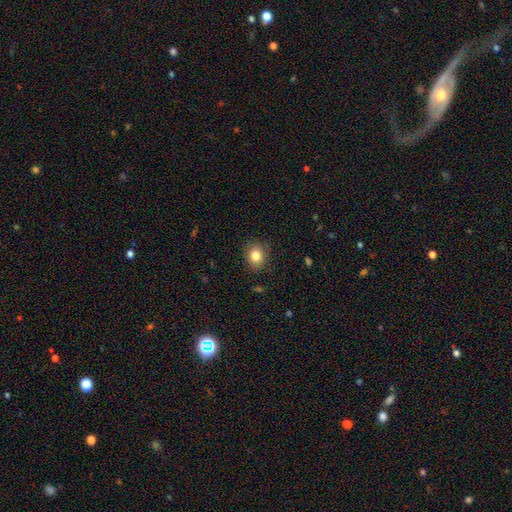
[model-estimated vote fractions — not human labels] Morphology: type=smooth (83%); roundness=round (62%); merging=none (86%).